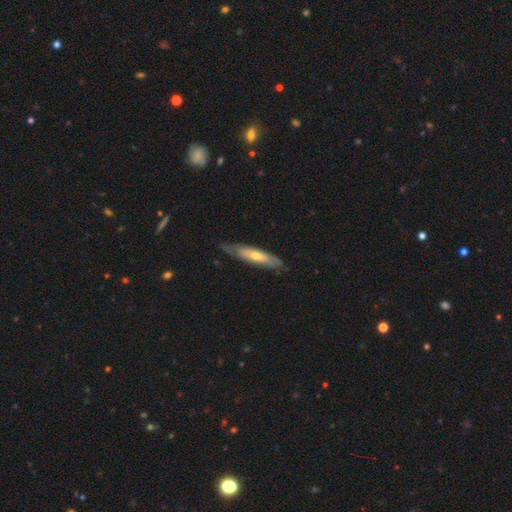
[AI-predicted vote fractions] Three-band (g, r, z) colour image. It shows a featured or disk galaxy (58%) viewed edge-on (66%). Merging: none (81%).